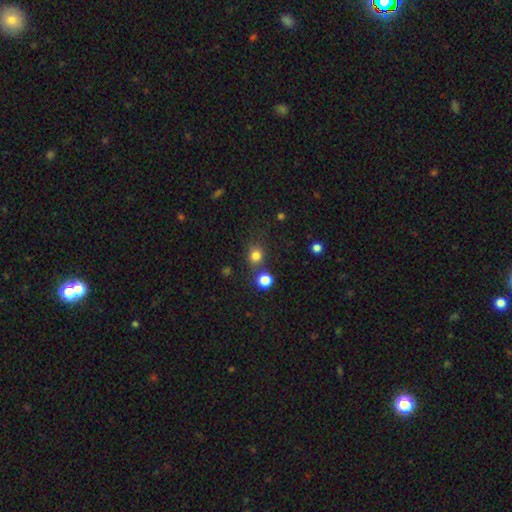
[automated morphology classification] Smooth or featured? smooth (79%)
How rounded? round (81%)
Merging? none (70%)